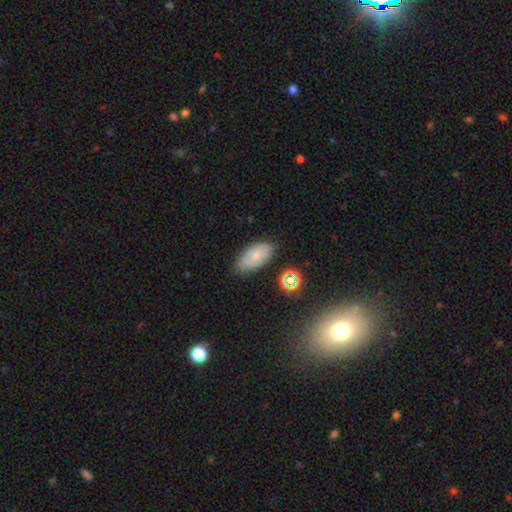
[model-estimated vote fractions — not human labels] Overall: smooth (68%). How rounded: in between (92%). Merging: none (77%).